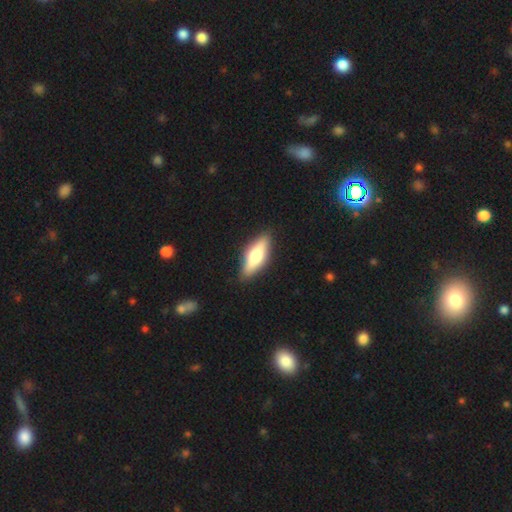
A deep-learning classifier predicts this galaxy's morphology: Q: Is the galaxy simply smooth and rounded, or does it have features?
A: smooth — 55%.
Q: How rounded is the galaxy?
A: in between — 51%.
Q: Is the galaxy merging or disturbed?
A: none — 87%.